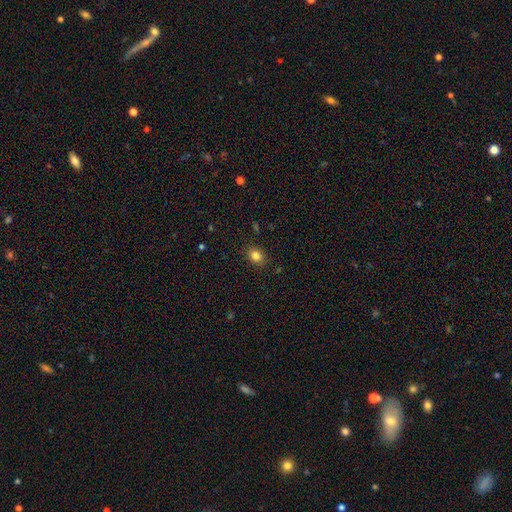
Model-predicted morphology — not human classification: Overall: smooth (83%). How rounded: in between (54%; round 45%). Merging: none (87%).